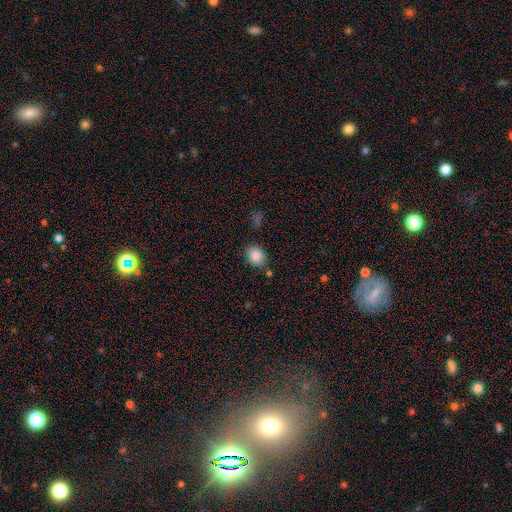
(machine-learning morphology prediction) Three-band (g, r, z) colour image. It shows a smooth galaxy with no disk features (86%) that is in between round and cigar-shaped (59%). Merging: none (77%).